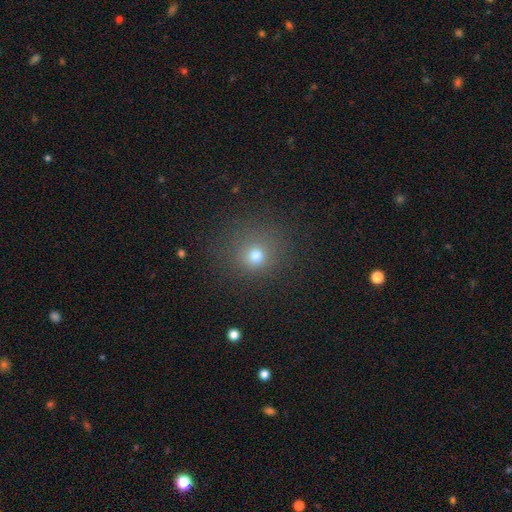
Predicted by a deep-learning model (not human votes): Smooth or featured? Predicted: smooth (p=0.73). How rounded? Predicted: round (p=0.86). Merging? Predicted: none (p=0.83).